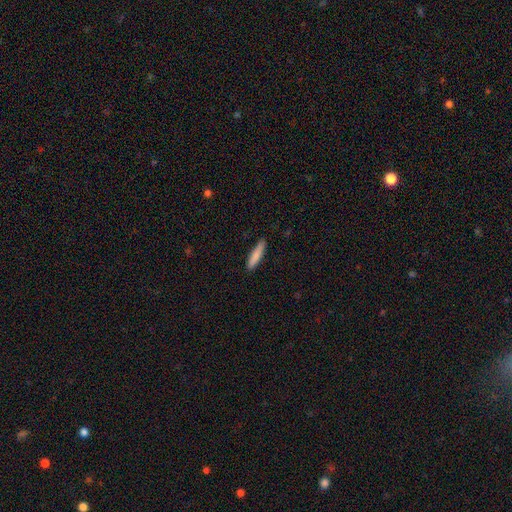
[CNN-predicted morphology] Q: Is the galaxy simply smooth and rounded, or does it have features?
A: smooth — 83%.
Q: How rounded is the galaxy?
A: cigar-shaped — 88%.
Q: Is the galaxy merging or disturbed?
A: none — 88%.